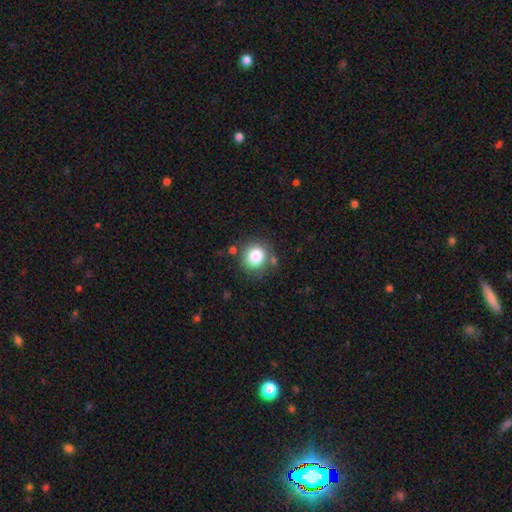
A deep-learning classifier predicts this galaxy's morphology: smooth_or_featured: smooth (p=0.82) [alt: star or artifact p=0.10]
how_rounded: round (p=0.87) [alt: in between p=0.12]
merging: none (p=0.74) [alt: minor disturbance p=0.14]